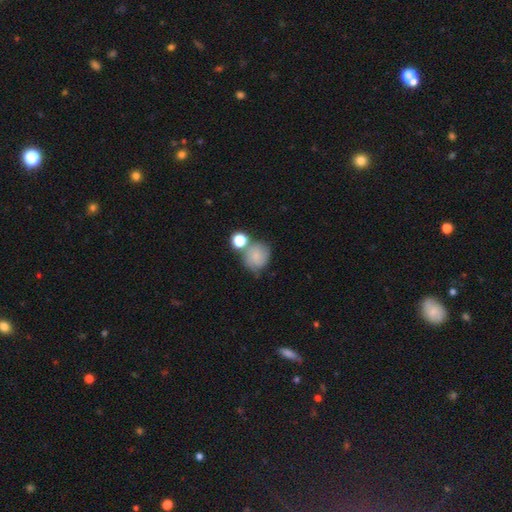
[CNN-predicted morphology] Smooth or featured? Predicted: smooth (p=0.68). How rounded? Predicted: round (p=0.77). Merging? Predicted: none (p=0.46).